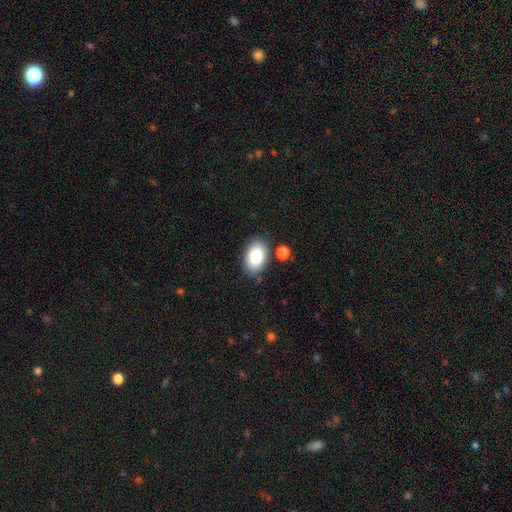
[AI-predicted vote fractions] smooth_or_featured: smooth (p=0.82) [alt: featured or disk p=0.10]
how_rounded: in between (p=0.89) [alt: round p=0.10]
merging: none (p=0.81) [alt: minor disturbance p=0.11]